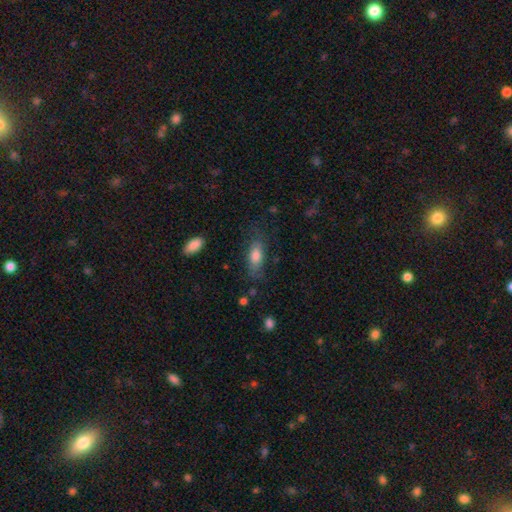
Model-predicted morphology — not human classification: This is likely a smooth galaxy (73%). How rounded: likely in between (71%). Merging: likely none (68%).